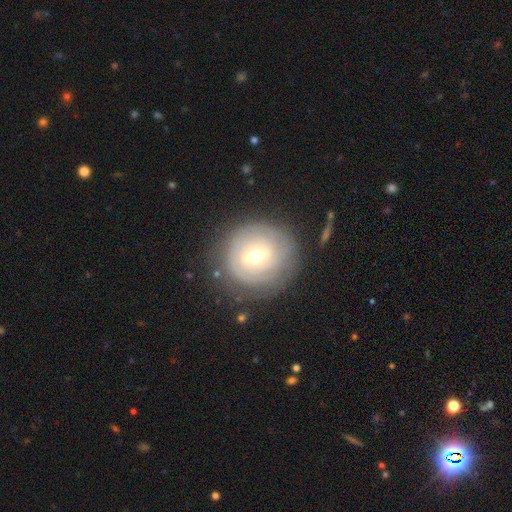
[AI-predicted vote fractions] featured or disk 62%, smooth 31%, star or artifact 8%. Down the decision tree: edge-on disk — no (96%); bar — weak (48%); spiral arms — yes (70%); bulge size — moderate (61%); merging — none (78%).